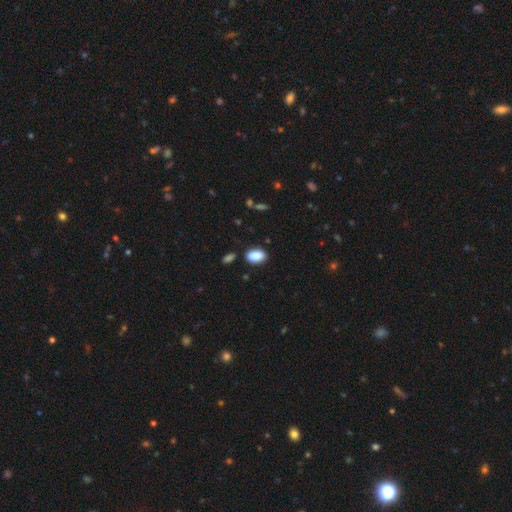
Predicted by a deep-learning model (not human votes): smooth 89%, star or artifact 7%, featured or disk 4%. Down the decision tree: how rounded — in between (92%); merging — none (84%).